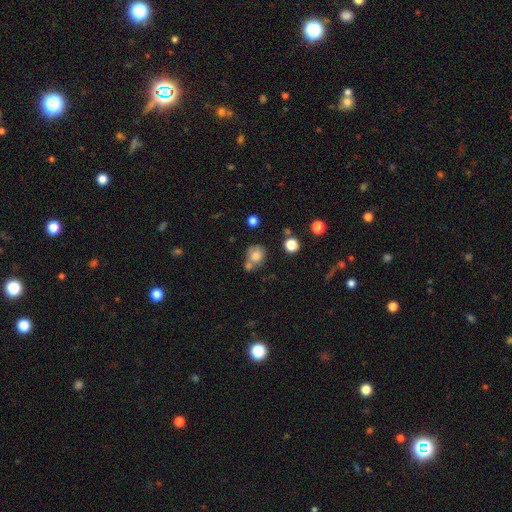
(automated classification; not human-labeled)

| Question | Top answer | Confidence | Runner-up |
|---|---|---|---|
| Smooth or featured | smooth | 74% | featured or disk (15%) |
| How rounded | round | 70% | in between (29%) |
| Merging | none | 42% | merger (35%) |